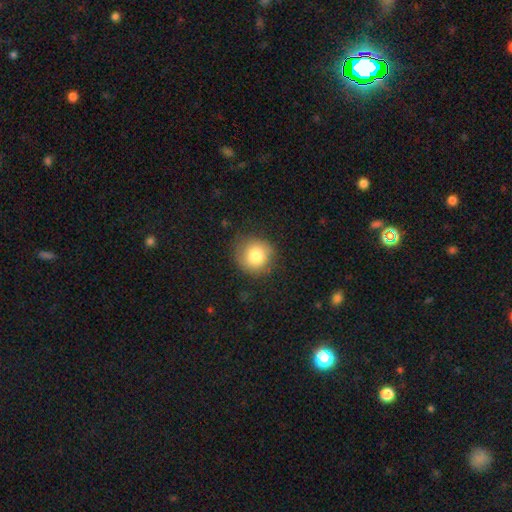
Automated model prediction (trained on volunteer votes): A smooth galaxy with no disk features (81%) that is round (91%).

Vote fractions:
- Smooth or featured? smooth: 81% / featured or disk: 10% / star or artifact: 9%
- How rounded? round: 91% / in between: 9% / cigar-shaped: 1%
- Merging? none: 80% / minor disturbance: 15% / major disturbance: 4% / merger: 1%